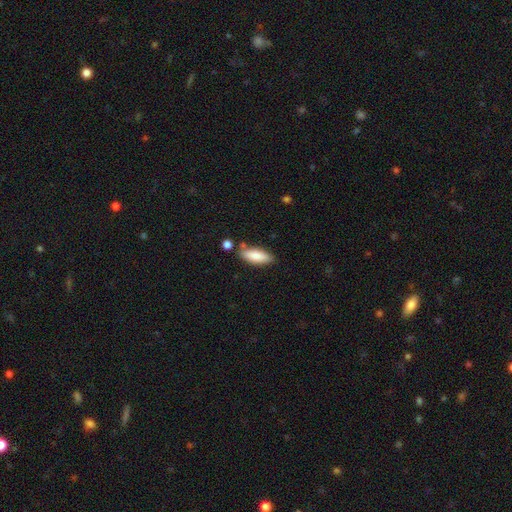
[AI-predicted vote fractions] Smooth or featured? smooth (85%)
How rounded? in between (66%)
Merging? none (74%)